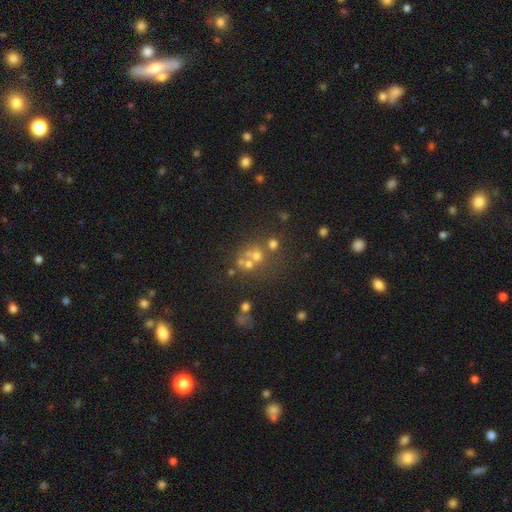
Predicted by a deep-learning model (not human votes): Smooth or featured? smooth (43%)
Merging? none (49%)